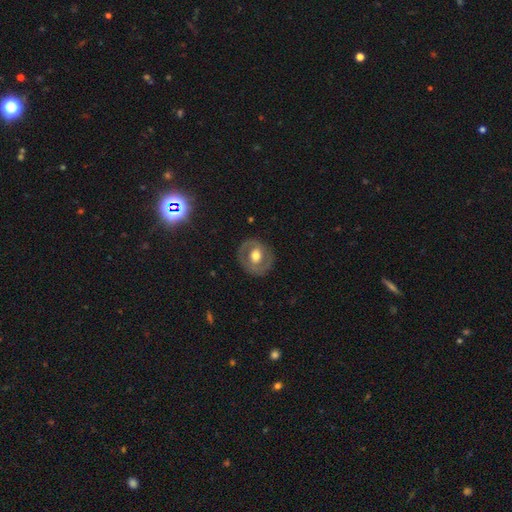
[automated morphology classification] featured or disk 57%, smooth 37%, star or artifact 6%. Down the decision tree: edge-on disk — no (95%); bar — no (57%); spiral arms — no (65%); bulge size — moderate (64%); merging — none (81%).